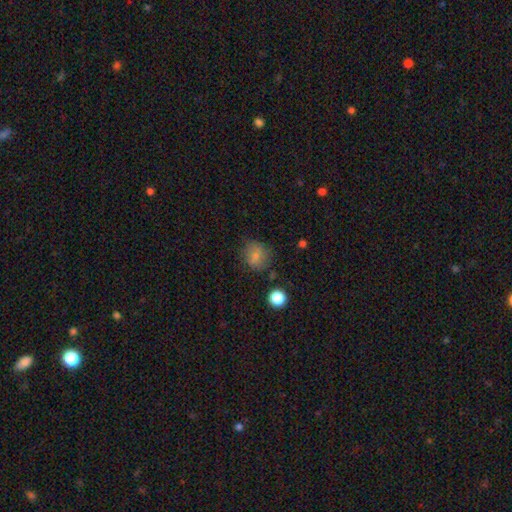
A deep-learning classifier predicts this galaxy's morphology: Smooth or featured? Predicted: smooth (p=0.77). How rounded? Predicted: round (p=0.77). Merging? Predicted: none (p=0.73).